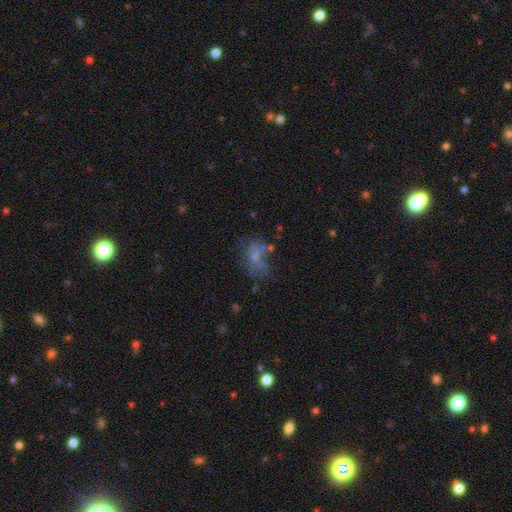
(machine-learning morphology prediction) smooth-or-featured: featured or disk: 42% | smooth: 40% | star or artifact: 18%
  merging: none: 36% | major disturbance: 32% | minor disturbance: 20% | merger: 12%